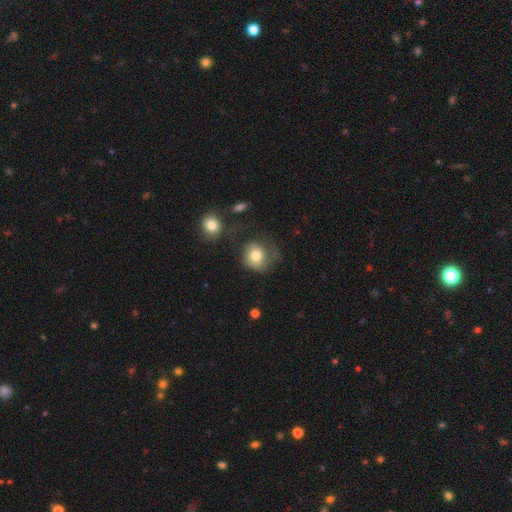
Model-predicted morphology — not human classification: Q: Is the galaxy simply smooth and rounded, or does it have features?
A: smooth — 74%.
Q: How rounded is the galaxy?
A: round — 77%.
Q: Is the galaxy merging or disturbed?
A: none — 44%.